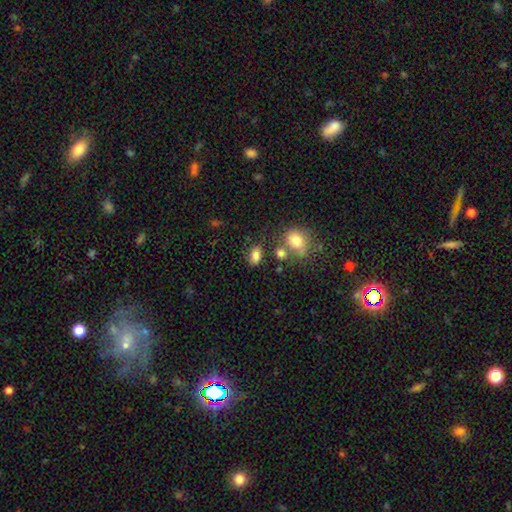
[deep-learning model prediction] This is likely a smooth galaxy (80%). How rounded: clearly in between (80%). Merging: likely none (63%).